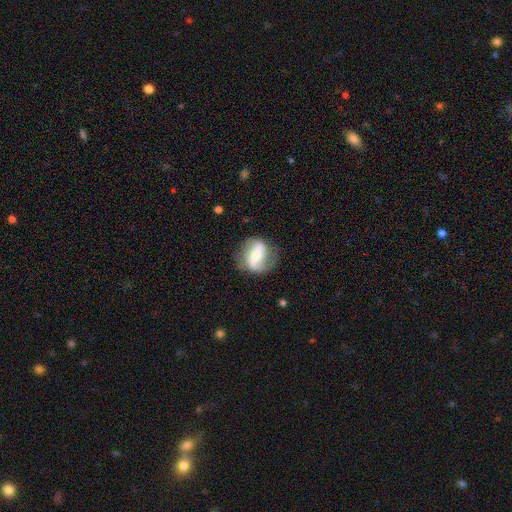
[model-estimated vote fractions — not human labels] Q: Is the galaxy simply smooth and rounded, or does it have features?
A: featured or disk — 72%.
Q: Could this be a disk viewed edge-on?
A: no — 96%.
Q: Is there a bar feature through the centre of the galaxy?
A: strong — 48%.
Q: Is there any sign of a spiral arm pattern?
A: yes — 87%.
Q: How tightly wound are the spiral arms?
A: loose — 54%.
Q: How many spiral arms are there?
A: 2 — 86%.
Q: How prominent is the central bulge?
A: small — 44%.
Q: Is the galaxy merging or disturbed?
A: none — 71%.